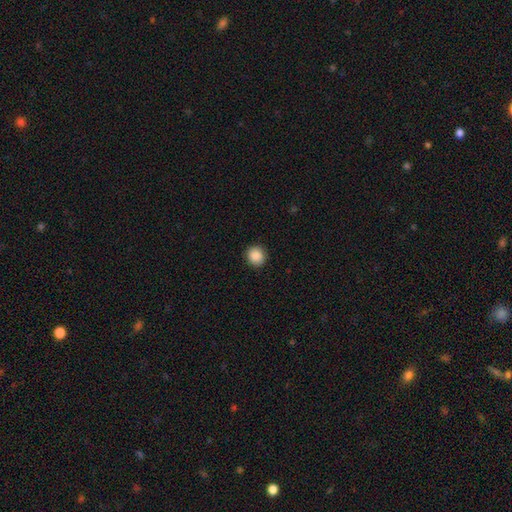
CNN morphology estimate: type=smooth (88%); roundness=round (89%); merging=none (90%).